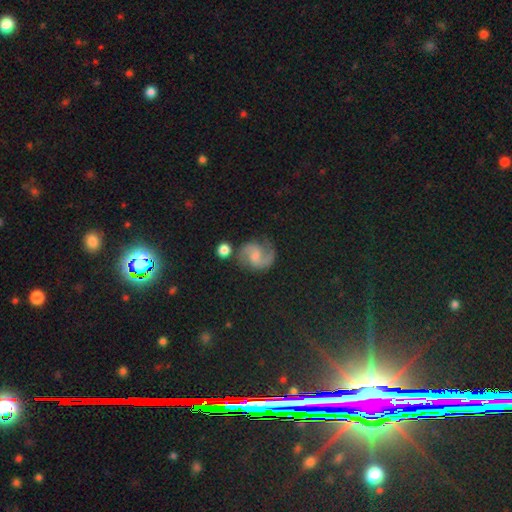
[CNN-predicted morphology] Overall: featured or disk (83%). Edge-on disk: no (98%). Bar: weak (49%; no 40%). Spiral arms: yes (97%). Spiral arm count: 2 (93%). Spiral winding: medium (59%; loose 25%). Bulge size: small (41%; moderate 31%). Merging: none (75%).